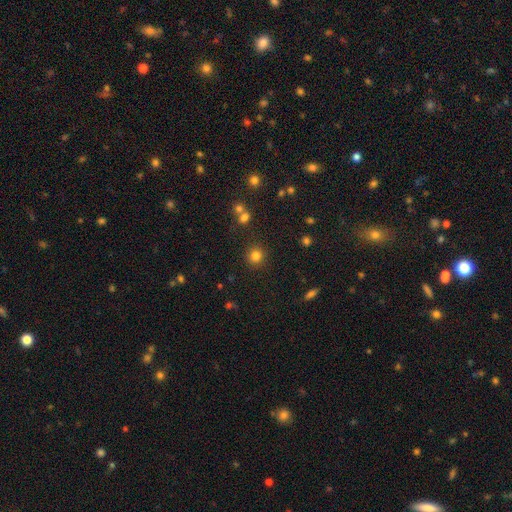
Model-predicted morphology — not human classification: Smooth or featured?
  - smooth: 81% *
  - star or artifact: 13%
  - featured or disk: 5%
How rounded?
  - round: 92% *
  - in between: 7%
  - cigar-shaped: 1%
Merging?
  - none: 88% *
  - minor disturbance: 6%
  - merger: 3%
  - major disturbance: 3%